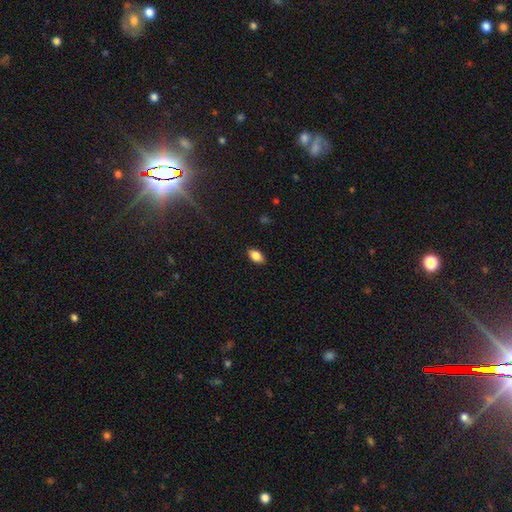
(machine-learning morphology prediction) Overall: smooth (84%). How rounded: in between (90%). Merging: none (88%).